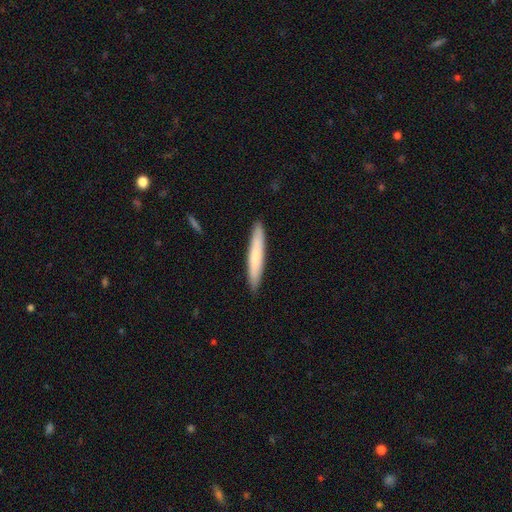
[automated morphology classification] A smooth galaxy with no disk features (71%) that is cigar-shaped (94%).

Vote fractions:
- Smooth or featured? smooth: 71% / featured or disk: 24% / star or artifact: 5%
- How rounded? cigar-shaped: 94% / in between: 5% / round: 1%
- Merging? none: 90% / minor disturbance: 7% / major disturbance: 1% / merger: 1%